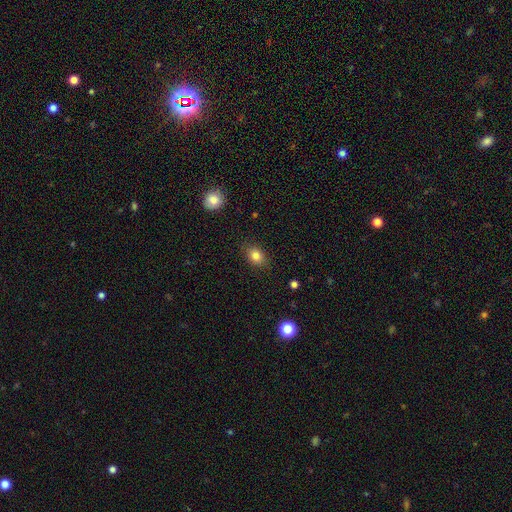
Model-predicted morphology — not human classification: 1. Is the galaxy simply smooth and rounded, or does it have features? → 83% smooth, 10% star or artifact, 7% featured or disk.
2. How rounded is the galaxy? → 61% in between, 38% round, 1% cigar-shaped.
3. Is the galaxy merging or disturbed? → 85% none, 11% minor disturbance, 3% major disturbance, 1% merger.